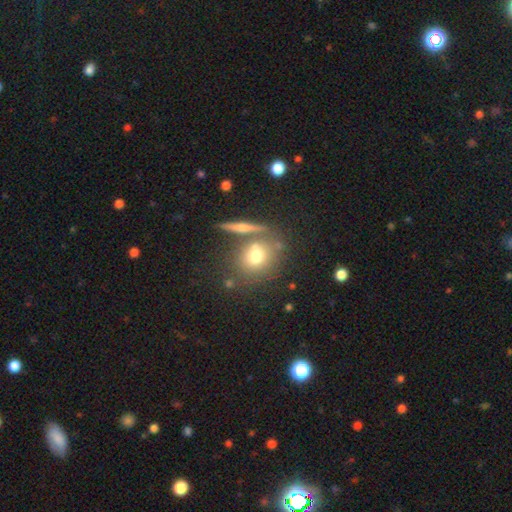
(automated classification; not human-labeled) smooth_or_featured: smooth (p=0.67) [alt: featured or disk p=0.20]
how_rounded: round (p=0.74) [alt: in between p=0.23]
merging: none (p=0.63) [alt: merger p=0.20]